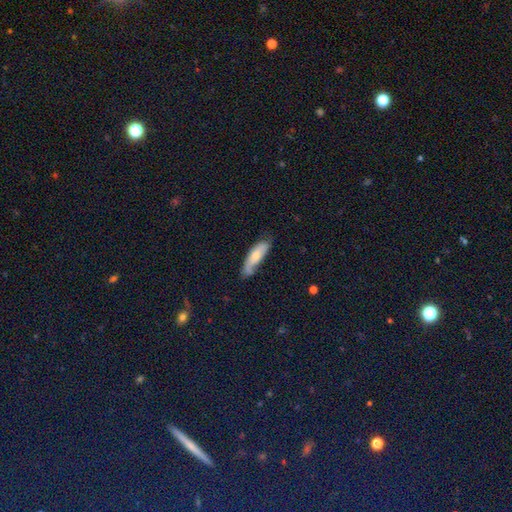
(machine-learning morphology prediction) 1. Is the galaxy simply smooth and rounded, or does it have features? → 59% smooth, 35% featured or disk, 6% star or artifact.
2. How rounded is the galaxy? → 51% in between, 47% cigar-shaped, 2% round.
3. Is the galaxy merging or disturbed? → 55% none, 31% minor disturbance, 10% major disturbance, 4% merger.